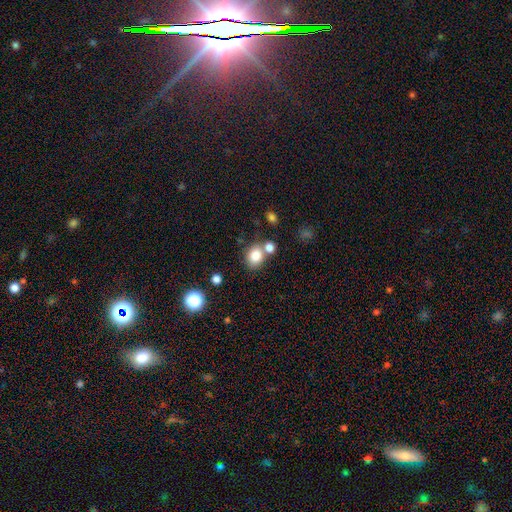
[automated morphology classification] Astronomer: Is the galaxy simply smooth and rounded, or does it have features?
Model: smooth — 82%.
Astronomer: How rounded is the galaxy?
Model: round — 61% (runner-up: in between, 39%).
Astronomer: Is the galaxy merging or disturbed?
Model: none — 59%.